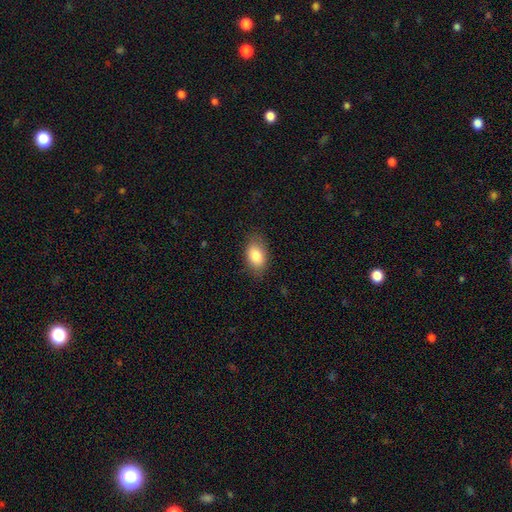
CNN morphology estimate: Smooth or featured? smooth (82%)
How rounded? in between (90%)
Merging? none (83%)